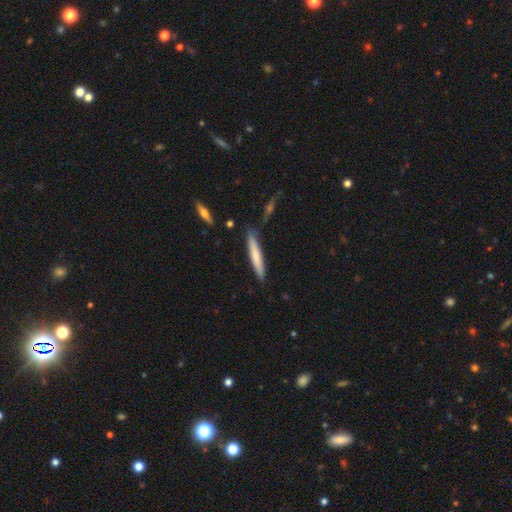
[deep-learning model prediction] Smooth or featured? smooth (71%)
How rounded? cigar-shaped (93%)
Merging? none (83%)